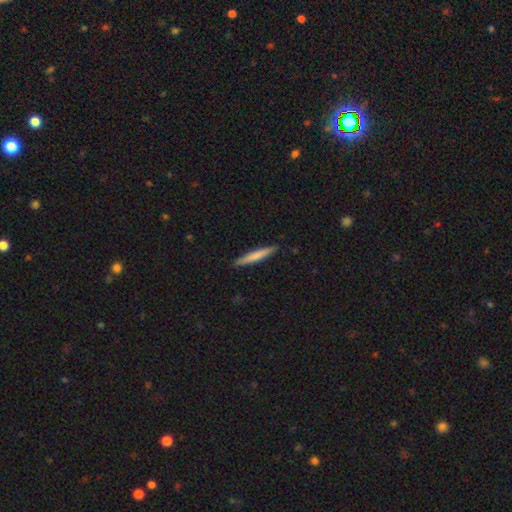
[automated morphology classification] type=smooth (70%); roundness=cigar-shaped (95%); merging=none (91%).